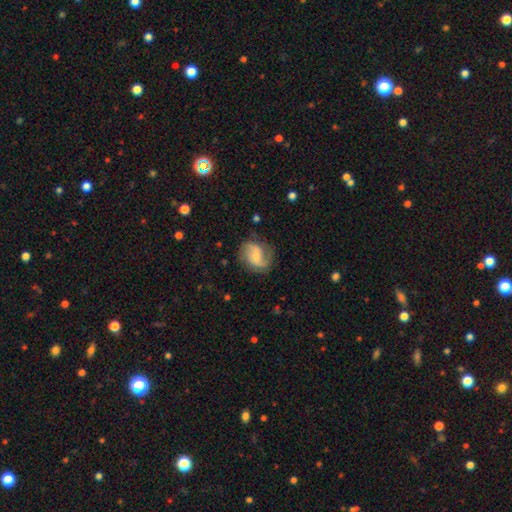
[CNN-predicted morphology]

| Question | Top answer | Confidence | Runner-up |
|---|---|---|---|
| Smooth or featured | featured or disk | 69% | smooth (25%) |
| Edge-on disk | no | 98% | yes (2%) |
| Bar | weak | 49% | no (31%) |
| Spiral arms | yes | 92% | no (8%) |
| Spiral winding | loose | 42% | medium (41%) |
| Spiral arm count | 2 | 81% | 1 (8%) |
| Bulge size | small | 52% | moderate (30%) |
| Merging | none | 70% | minor disturbance (19%) |